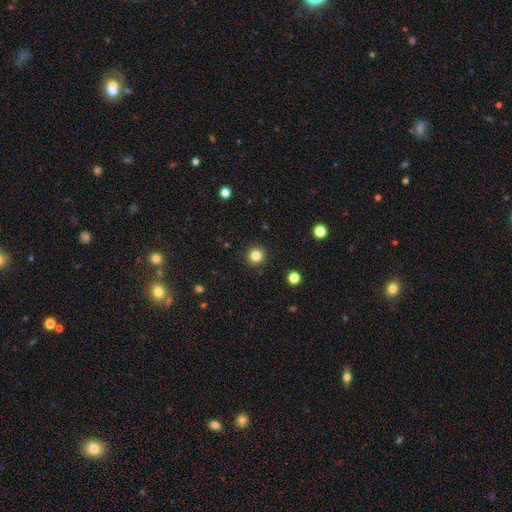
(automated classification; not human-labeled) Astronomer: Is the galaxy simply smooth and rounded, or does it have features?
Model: smooth — 83%.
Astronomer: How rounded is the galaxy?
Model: round — 95%.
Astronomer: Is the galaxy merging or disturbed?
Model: none — 93%.